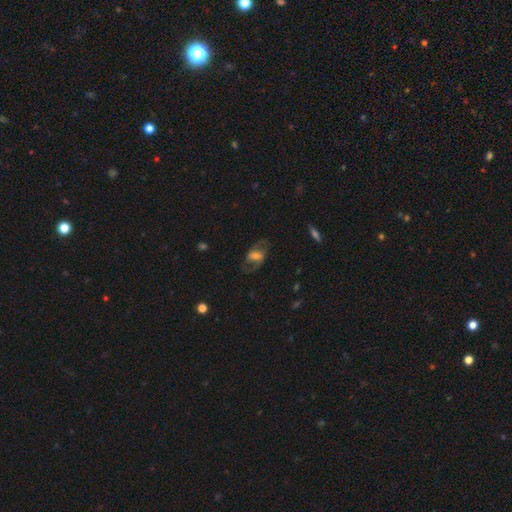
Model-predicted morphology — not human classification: Overall: featured or disk (64%; smooth 28%). Edge-on disk: no (93%). Bar: weak (43%; strong 30%). Spiral arms: yes (78%). Bulge size: moderate (40%; small 25%). Merging: none (67%).